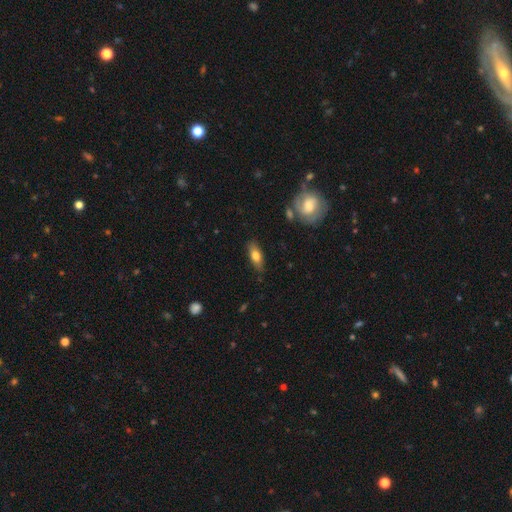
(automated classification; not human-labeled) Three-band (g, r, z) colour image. It shows a smooth galaxy with no disk features (71%) that is in between round and cigar-shaped (71%). Merging: none (83%).